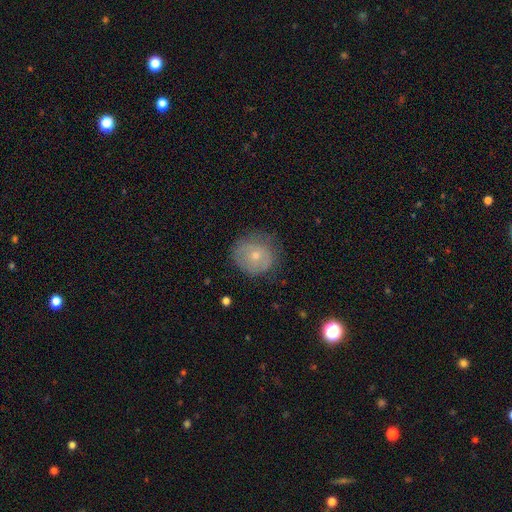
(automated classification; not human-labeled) The model was most divided on "smooth or featured": smooth: 57%, featured or disk: 34%, star or artifact: 10%. More confident: how rounded — round (84%); merging — none (68%).